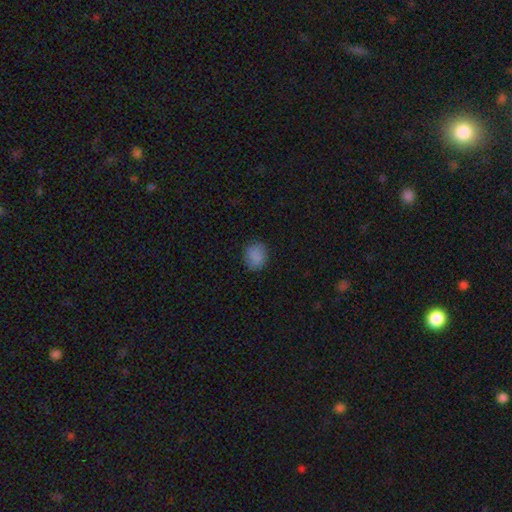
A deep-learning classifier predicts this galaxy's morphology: Smooth or featured: smooth — 85% (star or artifact — 10%)
How rounded: round — 62% (in between — 37%)
Merging: none — 84% (minor disturbance — 12%)